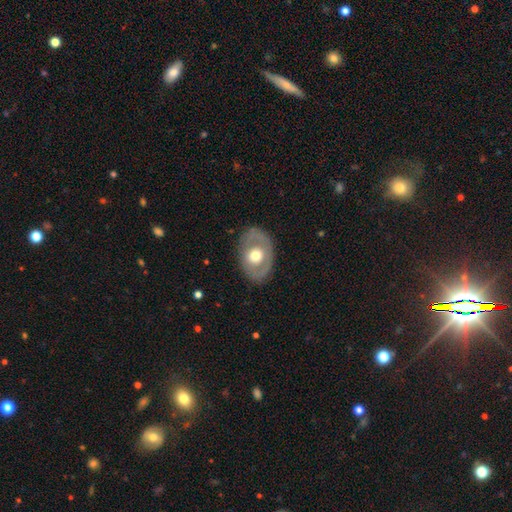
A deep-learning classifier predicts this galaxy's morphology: featured or disk 51%, smooth 43%, star or artifact 6%. Down the decision tree: edge-on disk — no (91%); merging — none (81%).